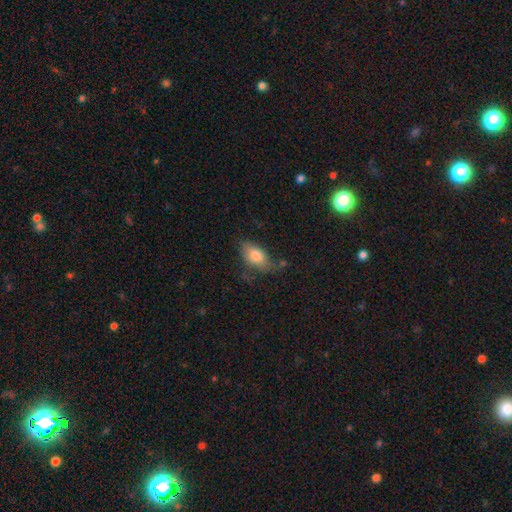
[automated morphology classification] Smooth or featured? Predicted: smooth (p=0.77). How rounded? Predicted: in between (p=0.90). Merging? Predicted: none (p=0.52).